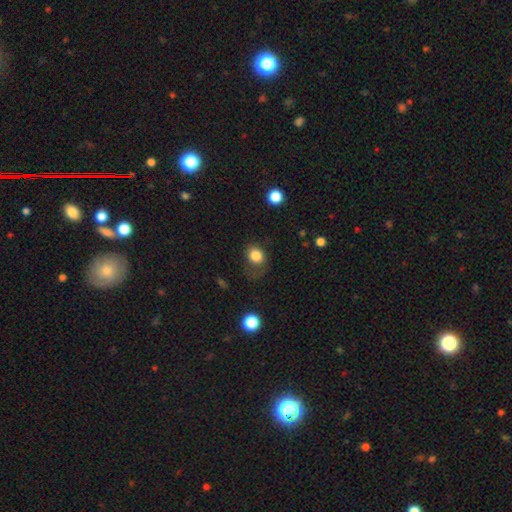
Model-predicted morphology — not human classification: smooth-or-featured: smooth: 83% | star or artifact: 10% | featured or disk: 7%
  how-rounded: round: 58% | in between: 41% | cigar-shaped: 1%
  merging: none: 54% | minor disturbance: 25% | major disturbance: 19% | merger: 2%